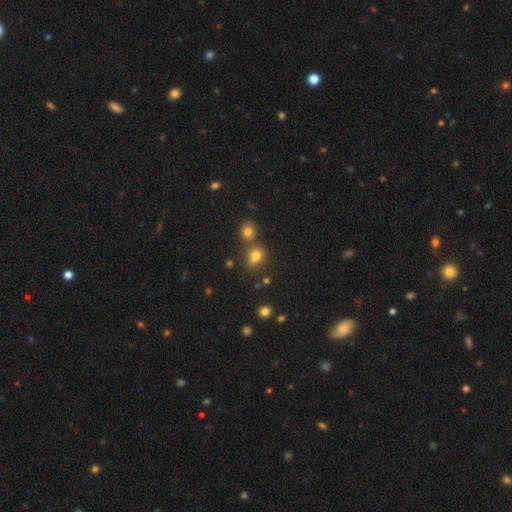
This is clearly a smooth galaxy (82%). How rounded: likely round (69%). Merging: marginally none (44%).